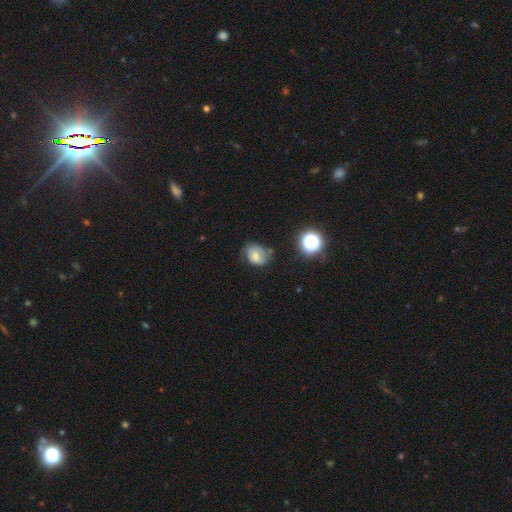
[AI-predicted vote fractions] The model was most divided on "merging": none: 49%, minor disturbance: 34%, major disturbance: 14%, merger: 4%. More confident: smooth or featured — smooth (60%); how rounded — in between (60%).